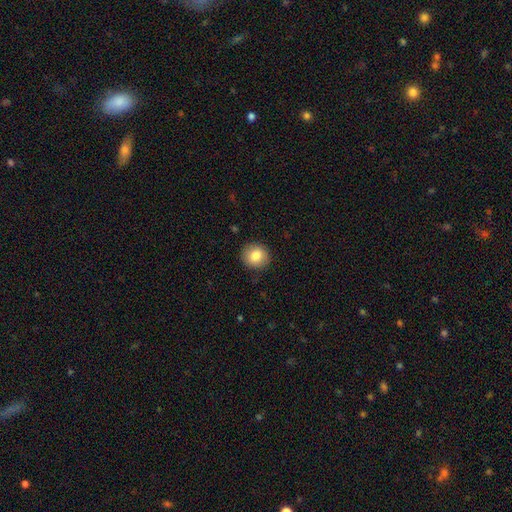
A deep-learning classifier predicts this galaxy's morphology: A smooth galaxy with no disk features (84%) that is round (89%).

Vote fractions:
- Smooth or featured? smooth: 84% / featured or disk: 8% / star or artifact: 8%
- How rounded? round: 89% / in between: 10% / cigar-shaped: 1%
- Merging? none: 90% / minor disturbance: 7% / major disturbance: 2% / merger: 1%